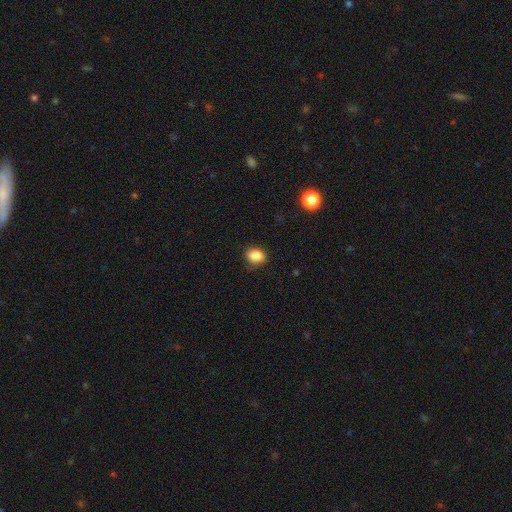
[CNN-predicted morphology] The model was most divided on "how rounded": in between: 66%, round: 33%, cigar-shaped: 1%. More confident: smooth or featured — smooth (86%); merging — none (70%).